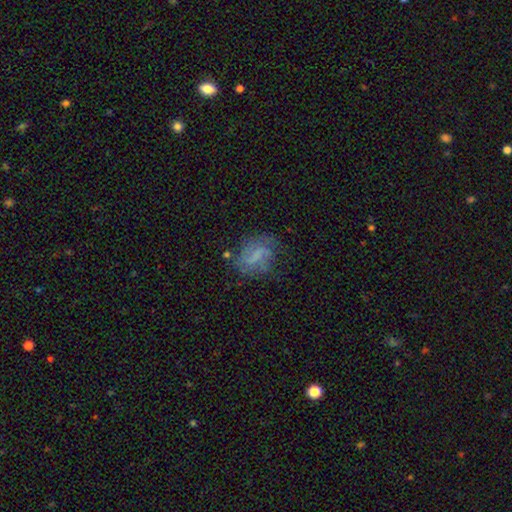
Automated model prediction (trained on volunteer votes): Smooth or featured? Predicted: featured or disk (p=0.50). Edge-on disk? Predicted: no (p=0.96). Merging? Predicted: none (p=0.56).